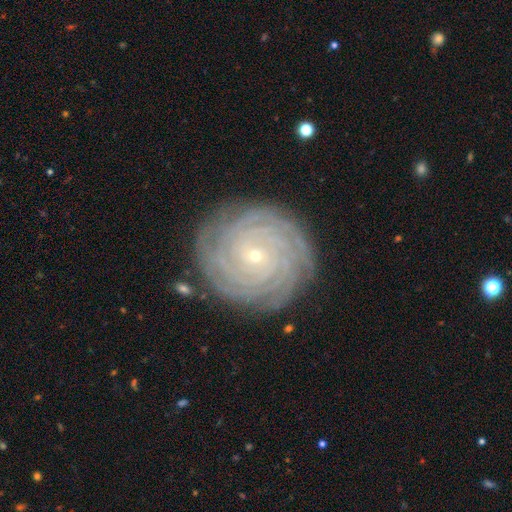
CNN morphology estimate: A featured or disk galaxy (90%) with no bar (75%), more than 4 (28%) tight (91%) spiral arms (98%) and a small central bulge (85%).

Vote fractions:
- Smooth or featured? featured or disk: 90% / star or artifact: 5% / smooth: 5%
- Edge-on disk? no: 98% / yes: 2%
- Bar? no: 75% / weak: 18% / strong: 8%
- Spiral arms? yes: 98% / no: 2%
- Spiral winding? tight: 91% / medium: 7% / loose: 1%
- Spiral arm count? more than 4: 28% / 4: 27% / can't tell: 16% / 3: 12% / 2: 9% / 1: 8%
- Bulge size? small: 85% / moderate: 12% / large: 1% / none: 1% / dominant: 1%
- Merging? none: 87% / minor disturbance: 10% / major disturbance: 2% / merger: 1%